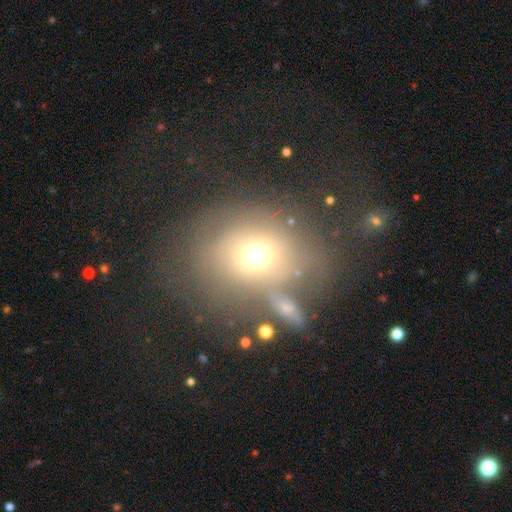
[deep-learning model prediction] This appears to be a smooth galaxy with no disk features (62%) that is round (62%). Merging: none (44%).